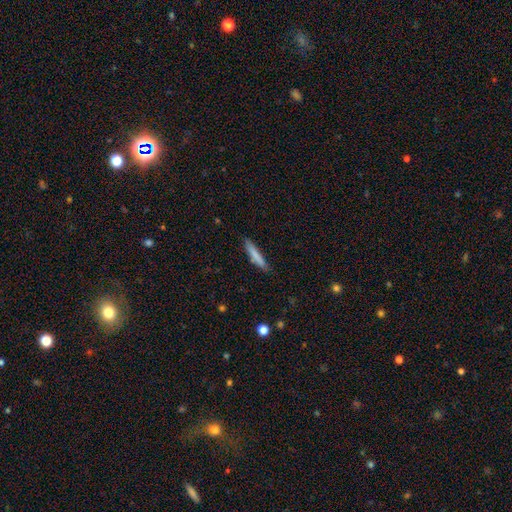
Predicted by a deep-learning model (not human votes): smooth-or-featured: smooth: 79% | featured or disk: 14% | star or artifact: 6%
  how-rounded: cigar-shaped: 91% | in between: 8% | round: 1%
  merging: none: 85% | minor disturbance: 12% | major disturbance: 2% | merger: 2%